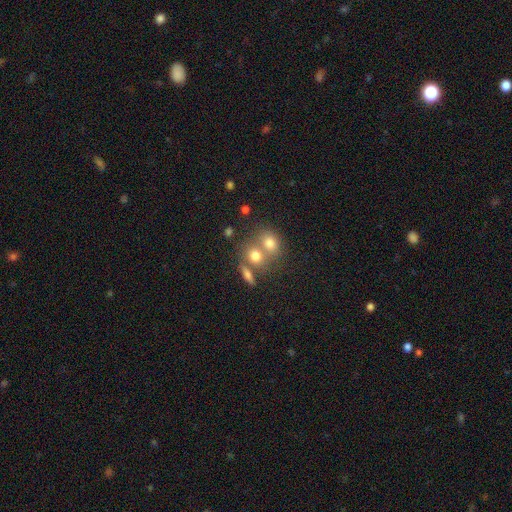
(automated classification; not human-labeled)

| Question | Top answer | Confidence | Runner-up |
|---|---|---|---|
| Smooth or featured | smooth | 72% | featured or disk (16%) |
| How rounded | round | 62% | in between (36%) |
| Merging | merger | 50% | none (37%) |